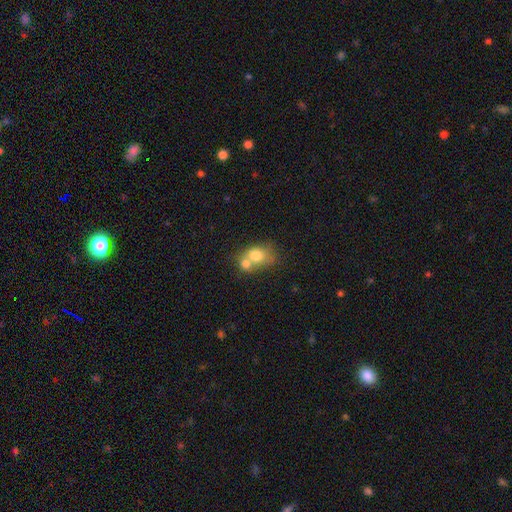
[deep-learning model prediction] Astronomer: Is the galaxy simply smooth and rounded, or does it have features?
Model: smooth — 72%.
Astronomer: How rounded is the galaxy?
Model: in between — 52% (runner-up: round, 47%).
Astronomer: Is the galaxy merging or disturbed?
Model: merger — 63%.